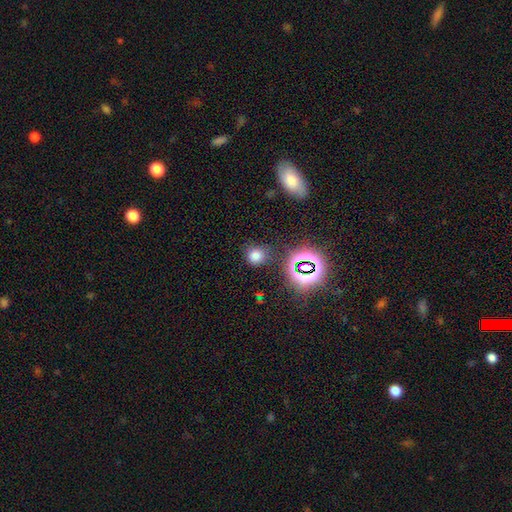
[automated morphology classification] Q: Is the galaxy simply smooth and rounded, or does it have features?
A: smooth — 70%.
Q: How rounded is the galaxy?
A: round — 84%.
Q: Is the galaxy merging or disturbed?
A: none — 80%.